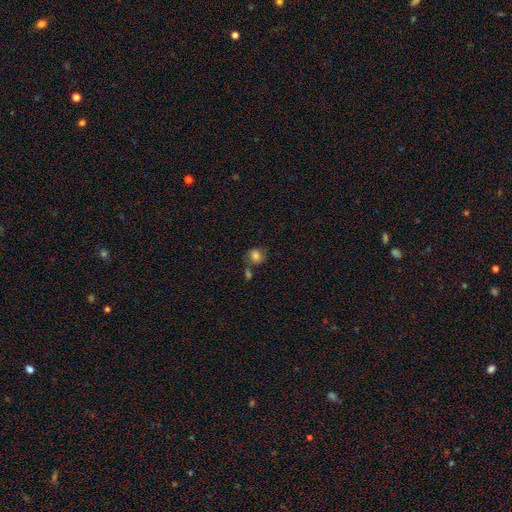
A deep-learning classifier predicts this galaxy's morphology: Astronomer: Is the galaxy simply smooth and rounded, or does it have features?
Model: smooth — 77%.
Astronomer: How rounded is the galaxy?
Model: round — 73%.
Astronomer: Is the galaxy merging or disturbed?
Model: none — 58%.